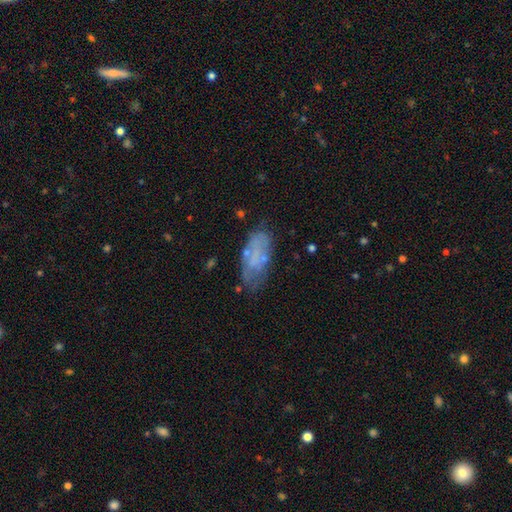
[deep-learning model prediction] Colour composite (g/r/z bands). It shows a smooth galaxy with no disk features (48%). Merging: none (56%).